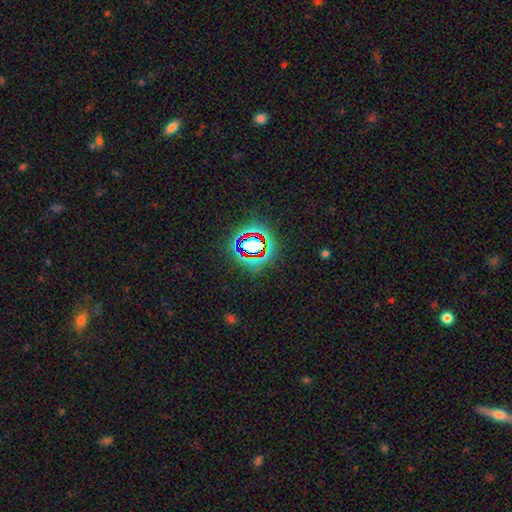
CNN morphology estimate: type=star or artifact (78%).